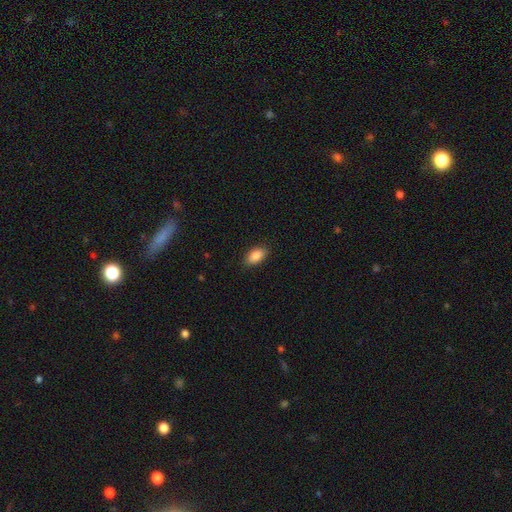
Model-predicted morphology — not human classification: smooth-or-featured: smooth: 88% | star or artifact: 7% | featured or disk: 4%
  how-rounded: in between: 92% | round: 4% | cigar-shaped: 4%
  merging: none: 87% | minor disturbance: 10% | major disturbance: 2% | merger: 1%